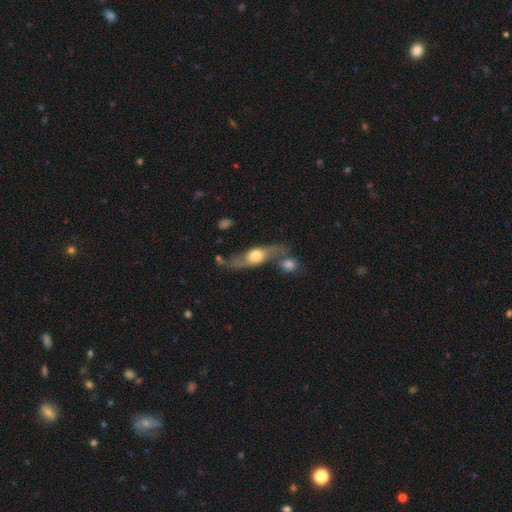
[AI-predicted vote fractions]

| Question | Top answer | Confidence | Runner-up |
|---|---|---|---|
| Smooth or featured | featured or disk | 66% | smooth (28%) |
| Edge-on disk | no | 52% | yes (48%) |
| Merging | none | 48% | merger (26%) |